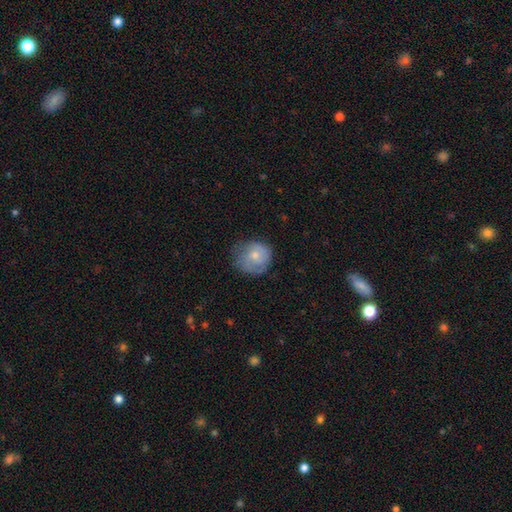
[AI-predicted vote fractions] The model was most divided on "merging": none: 60%, minor disturbance: 27%, major disturbance: 11%, merger: 1%. More confident: how rounded — round (83%); smooth or featured — smooth (63%).